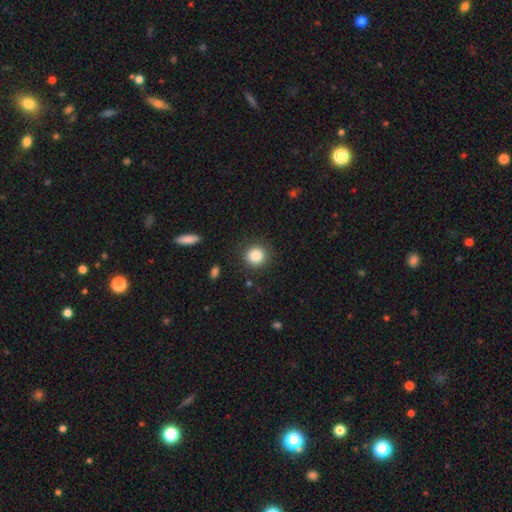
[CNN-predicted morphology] type=smooth (85%); roundness=round (90%); merging=none (89%).